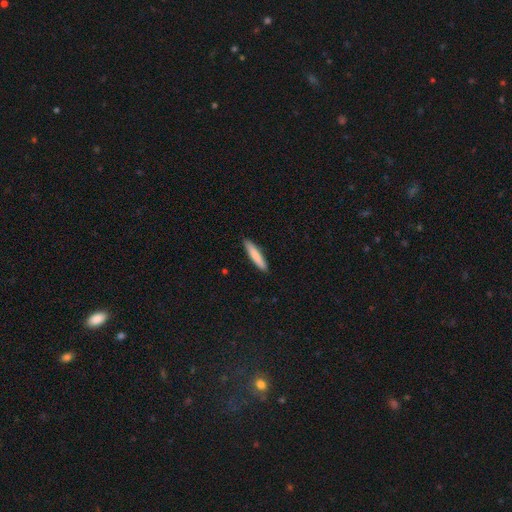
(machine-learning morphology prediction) Smooth or featured? Predicted: smooth (p=0.81). How rounded? Predicted: cigar-shaped (p=0.89). Merging? Predicted: none (p=0.91).